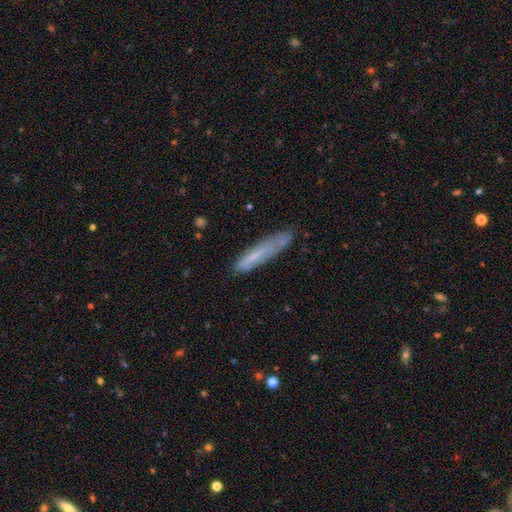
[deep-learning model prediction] Smooth or featured? smooth (63%)
How rounded? cigar-shaped (88%)
Merging? none (67%)